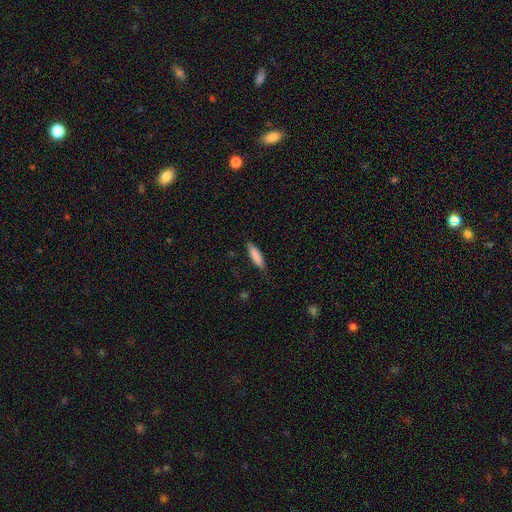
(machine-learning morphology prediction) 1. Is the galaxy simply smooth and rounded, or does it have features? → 86% smooth, 9% featured or disk, 6% star or artifact.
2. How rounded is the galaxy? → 69% cigar-shaped, 29% in between, 1% round.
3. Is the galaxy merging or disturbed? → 82% none, 14% minor disturbance, 3% major disturbance, 1% merger.